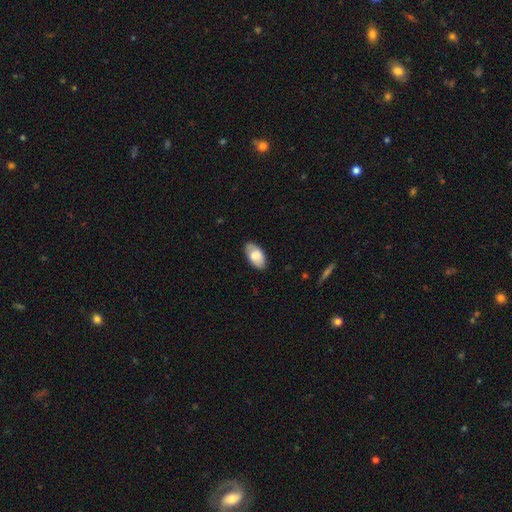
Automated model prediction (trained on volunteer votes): The model was most divided on "smooth or featured": smooth: 76%, featured or disk: 17%, star or artifact: 6%. More confident: how rounded — in between (95%); merging — none (81%).